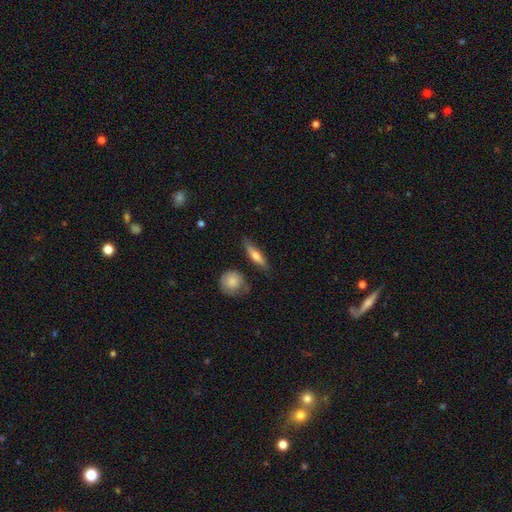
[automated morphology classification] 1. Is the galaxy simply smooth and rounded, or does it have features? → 56% smooth, 38% featured or disk, 6% star or artifact.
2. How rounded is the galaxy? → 70% cigar-shaped, 26% in between, 5% round.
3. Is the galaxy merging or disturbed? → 78% none, 15% minor disturbance, 4% major disturbance, 3% merger.